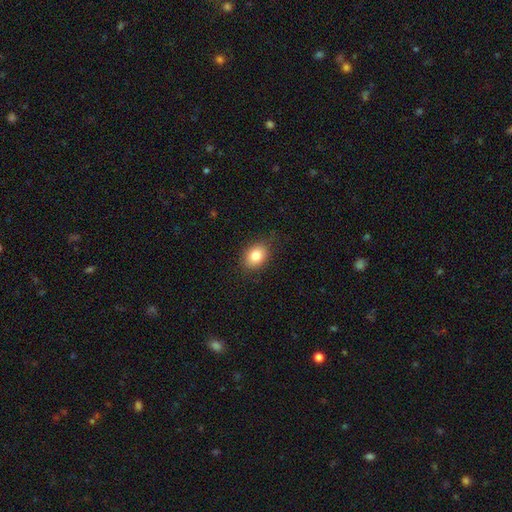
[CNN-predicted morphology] Smooth or featured? smooth (83%)
How rounded? in between (70%)
Merging? none (85%)